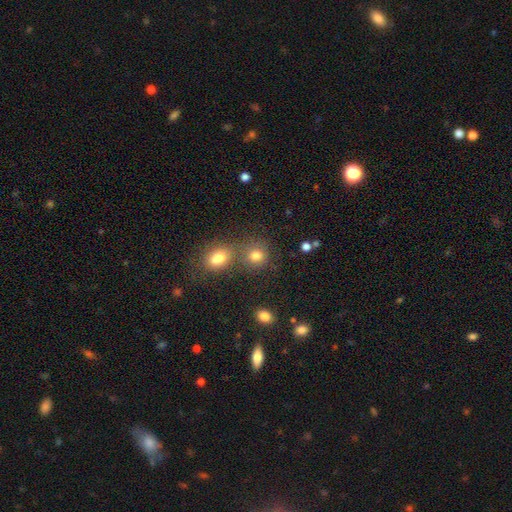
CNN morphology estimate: A smooth galaxy with no disk features (79%) that is round (77%). Merging: none (57%).